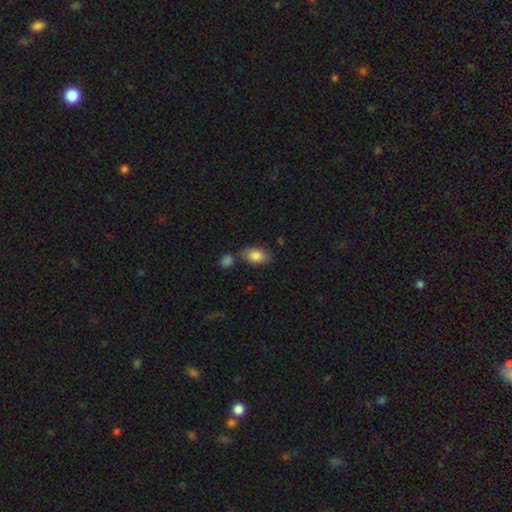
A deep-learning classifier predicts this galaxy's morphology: Q: Smooth or featured?
A: smooth (84%); runner-up: featured or disk (8%)
Q: How rounded?
A: in between (90%); runner-up: round (8%)
Q: Merging?
A: none (66%); runner-up: minor disturbance (16%)